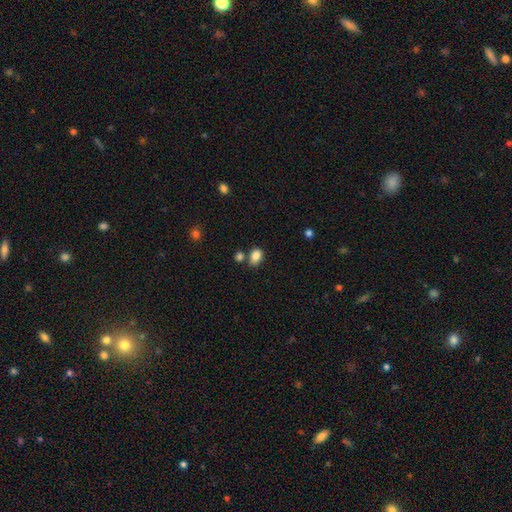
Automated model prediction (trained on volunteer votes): Morphology: type=smooth (85%); roundness=in between (76%); merging=none (65%).